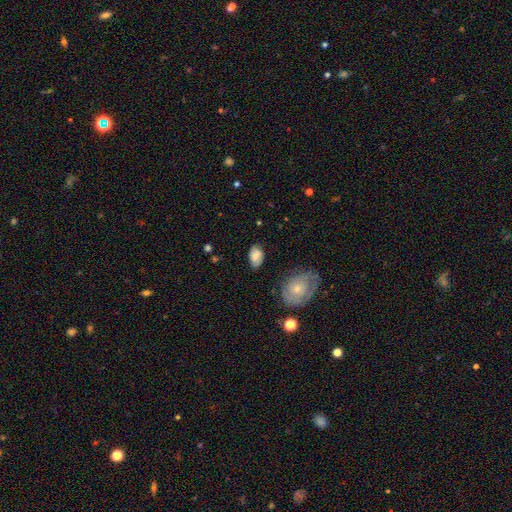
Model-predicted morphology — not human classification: Overall: smooth (67%). How rounded: in between (87%). Merging: none (70%).